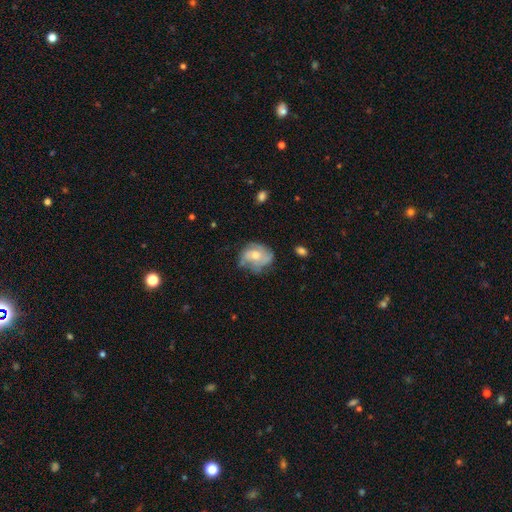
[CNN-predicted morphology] smooth-or-featured: featured or disk: 61% | smooth: 32% | star or artifact: 7%
  disk-edge-on: no: 97% | yes: 3%
    bar: no: 74% | weak: 23% | strong: 3%
    has-spiral-arms: yes: 76% | no: 24%
    bulge-size: moderate: 61% | small: 27% | large: 7% | none: 4% | dominant: 1%
  merging: none: 55% | minor disturbance: 28% | major disturbance: 15% | merger: 2%